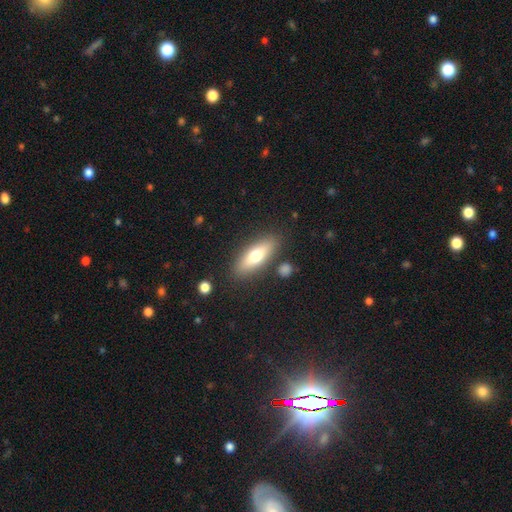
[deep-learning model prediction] Morphology: type=smooth (67%); roundness=in between (59%); merging=none (84%).